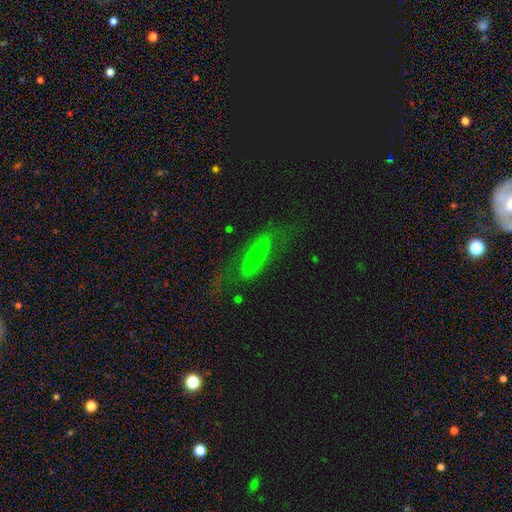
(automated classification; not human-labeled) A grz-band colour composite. It shows a smooth galaxy with no disk features (53%) that is cigar-shaped (69%). Merging: none (65%).